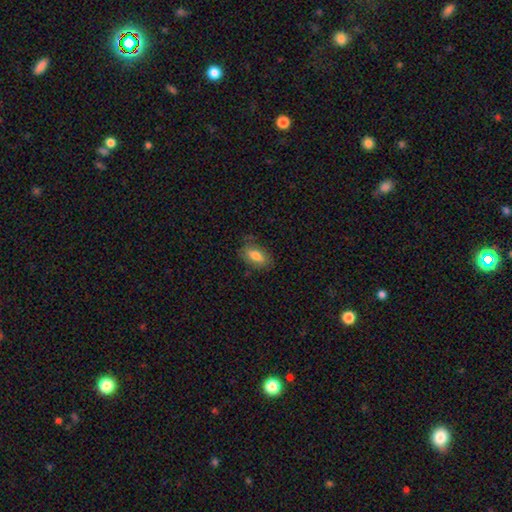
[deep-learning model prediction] A smooth galaxy with no disk features (75%) that is in between round and cigar-shaped (88%).

Vote fractions:
- Smooth or featured? smooth: 75% / featured or disk: 18% / star or artifact: 7%
- How rounded? in between: 88% / cigar-shaped: 6% / round: 5%
- Merging? none: 73% / minor disturbance: 20% / major disturbance: 5% / merger: 1%